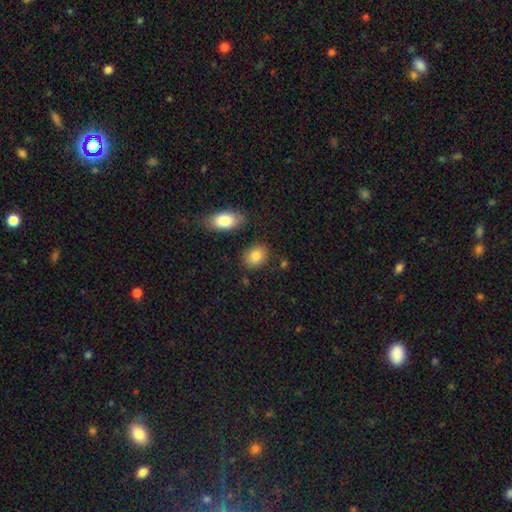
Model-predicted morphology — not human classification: This is clearly a smooth galaxy (84%). How rounded: likely in between (66%). Merging: clearly none (81%).